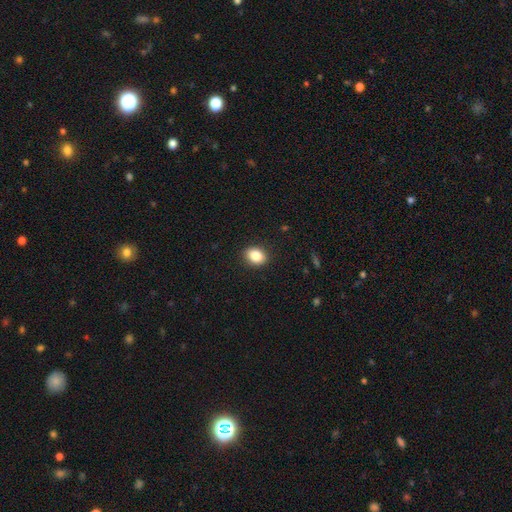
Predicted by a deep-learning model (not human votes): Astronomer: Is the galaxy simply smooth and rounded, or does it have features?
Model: smooth — 86%.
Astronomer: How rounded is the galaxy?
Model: in between — 63%.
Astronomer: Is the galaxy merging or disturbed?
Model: none — 90%.